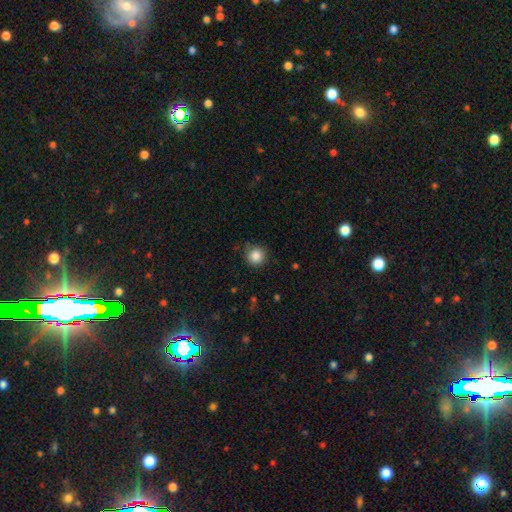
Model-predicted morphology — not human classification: This appears to be a smooth galaxy with no disk features (86%) that is round (94%). Merging: none (82%).